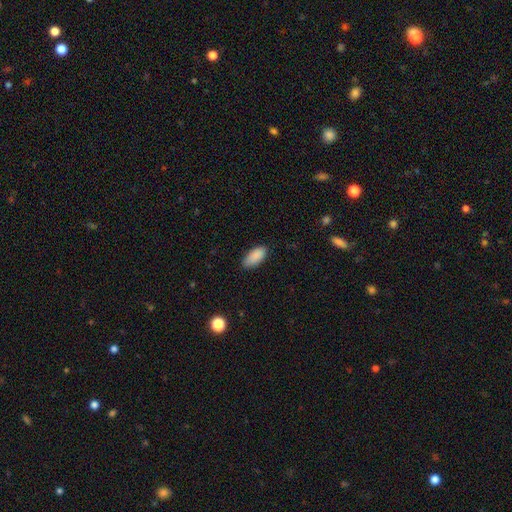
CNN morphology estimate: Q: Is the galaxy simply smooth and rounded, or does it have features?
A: smooth — 89%.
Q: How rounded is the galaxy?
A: in between — 89%.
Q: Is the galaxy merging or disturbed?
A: none — 82%.